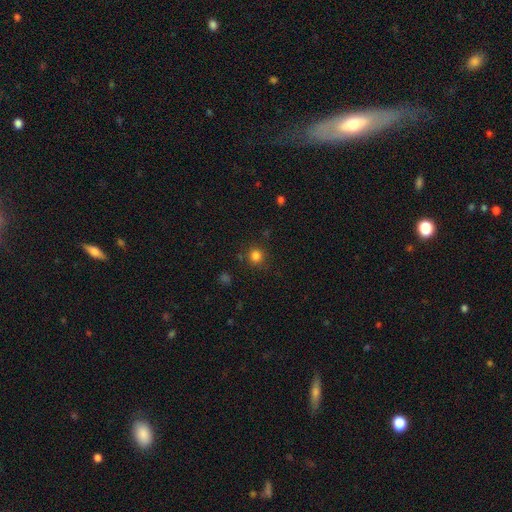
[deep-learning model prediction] Smooth or featured?
  - smooth: 82% *
  - star or artifact: 14%
  - featured or disk: 4%
How rounded?
  - round: 92% *
  - in between: 8%
  - cigar-shaped: 1%
Merging?
  - none: 86% *
  - minor disturbance: 9%
  - major disturbance: 3%
  - merger: 3%